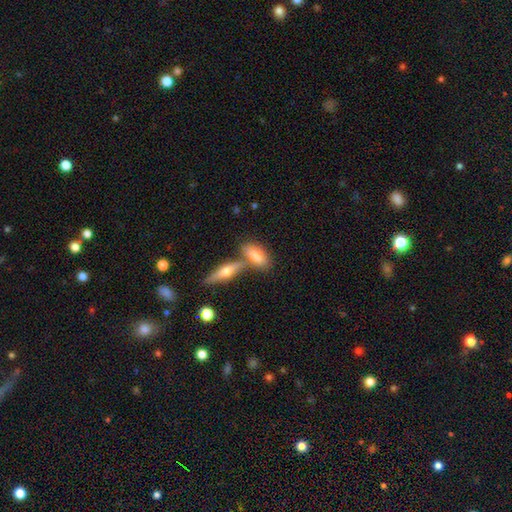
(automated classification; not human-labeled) A smooth galaxy with no disk features (72%) that is in between round and cigar-shaped (77%).

Vote fractions:
- Smooth or featured? smooth: 72% / featured or disk: 21% / star or artifact: 7%
- How rounded? in between: 77% / cigar-shaped: 19% / round: 4%
- Merging? none: 51% / merger: 33% / minor disturbance: 12% / major disturbance: 4%